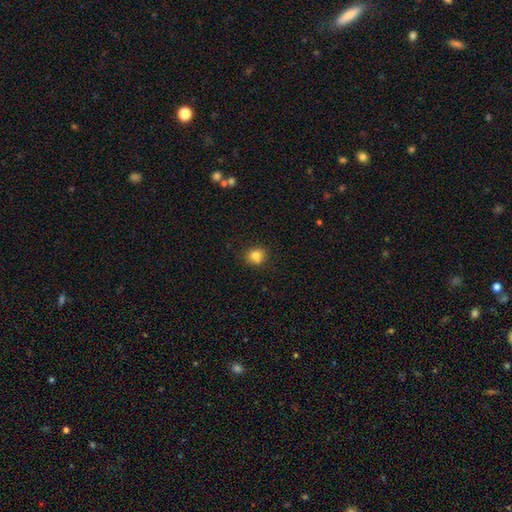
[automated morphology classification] type=smooth (81%); roundness=round (82%); merging=none (82%).